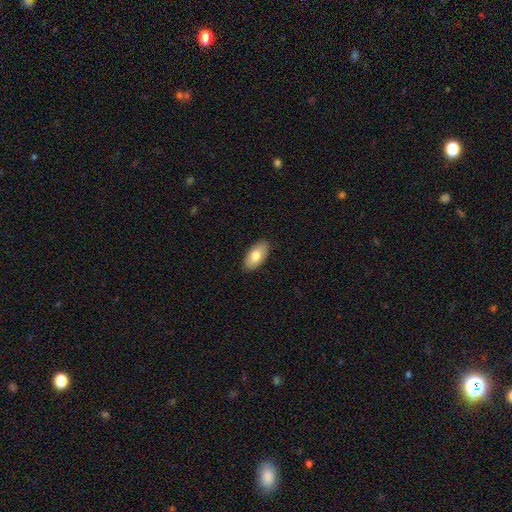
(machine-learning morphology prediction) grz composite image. It shows a smooth galaxy with no disk features (78%) that is in between round and cigar-shaped (94%). Merging: none (89%).